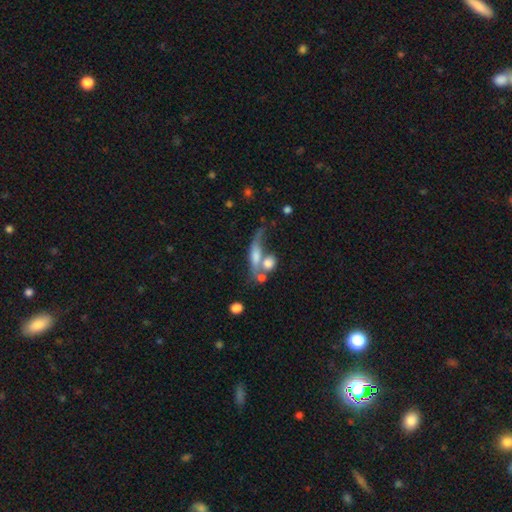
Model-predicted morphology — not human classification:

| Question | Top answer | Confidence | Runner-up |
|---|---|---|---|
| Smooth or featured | smooth | 51% | featured or disk (39%) |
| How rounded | cigar-shaped | 49% | in between (41%) |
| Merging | merger | 41% | none (29%) |